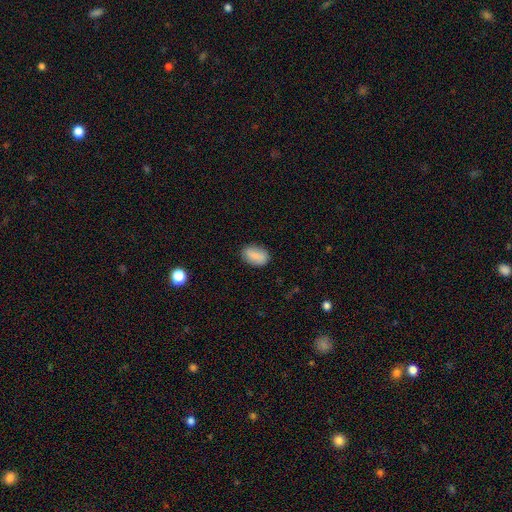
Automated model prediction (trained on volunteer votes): This is clearly a smooth galaxy (84%). How rounded: clearly in between (87%). Merging: clearly none (83%).